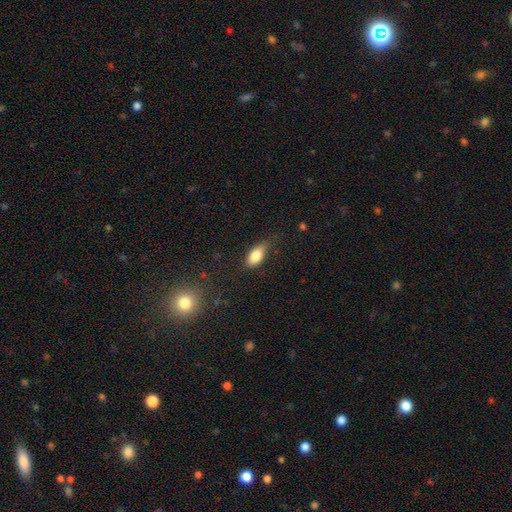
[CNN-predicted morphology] Smooth or featured?
  - smooth: 83% *
  - featured or disk: 10%
  - star or artifact: 7%
How rounded?
  - in between: 88% *
  - cigar-shaped: 8%
  - round: 4%
Merging?
  - none: 62% *
  - minor disturbance: 28%
  - major disturbance: 9%
  - merger: 2%